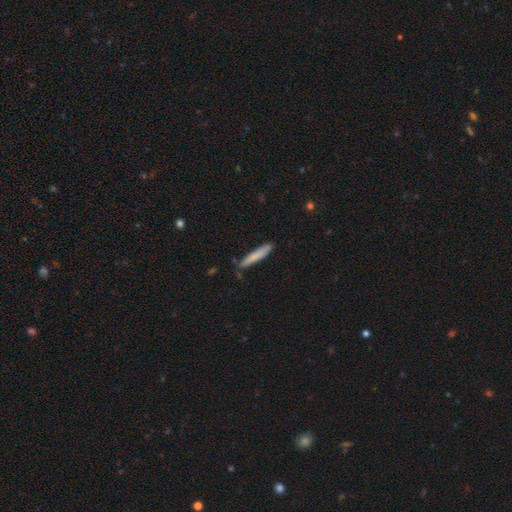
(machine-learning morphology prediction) A smooth galaxy with no disk features (77%) that is cigar-shaped (94%).

Vote fractions:
- Smooth or featured? smooth: 77% / featured or disk: 17% / star or artifact: 6%
- How rounded? cigar-shaped: 94% / in between: 5% / round: 1%
- Merging? none: 79% / minor disturbance: 16% / merger: 3% / major disturbance: 2%